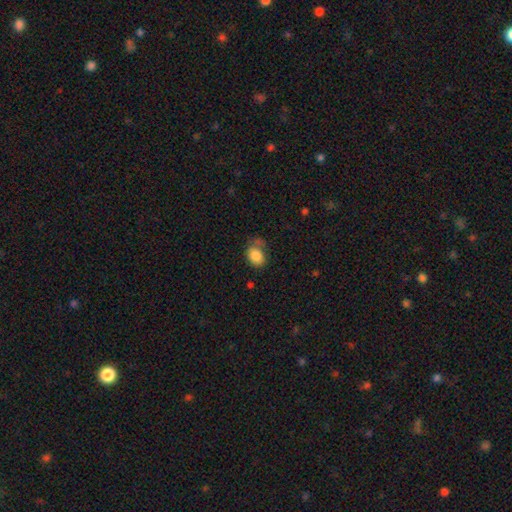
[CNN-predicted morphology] smooth-or-featured: smooth: 84% | star or artifact: 8% | featured or disk: 8%
  how-rounded: in between: 69% | round: 30% | cigar-shaped: 1%
  merging: none: 52% | minor disturbance: 24% | major disturbance: 14% | merger: 10%